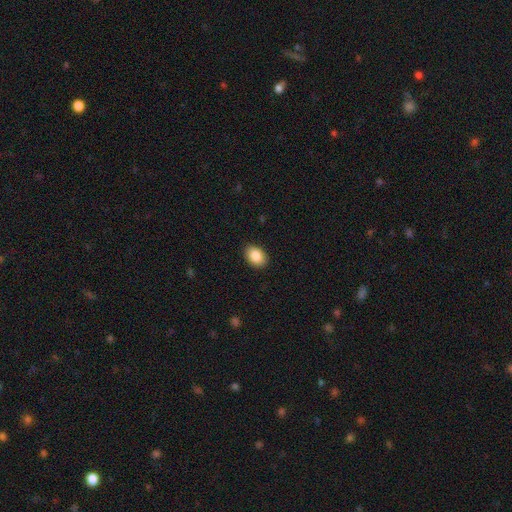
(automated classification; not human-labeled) Smooth or featured? Predicted: smooth (p=0.88). How rounded? Predicted: in between (p=0.79). Merging? Predicted: none (p=0.90).